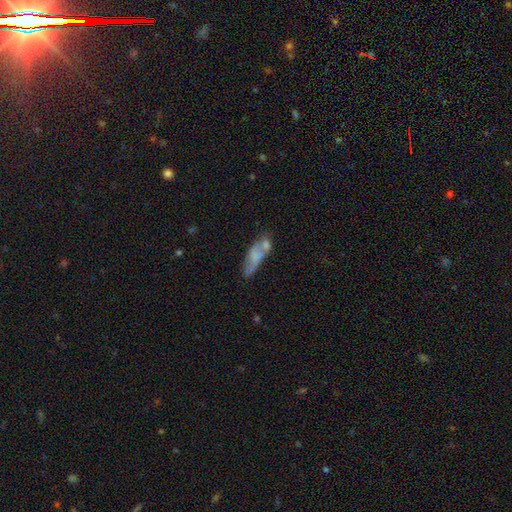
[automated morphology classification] smooth_or_featured: smooth (p=0.50) [alt: featured or disk p=0.41]
merging: none (p=0.40) [alt: merger p=0.25]